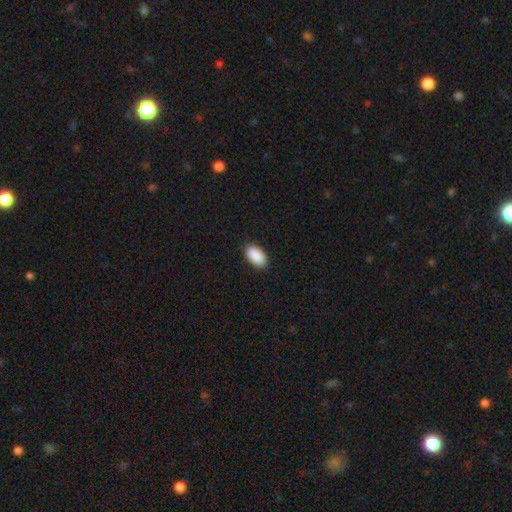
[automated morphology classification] A smooth galaxy with no disk features (91%) that is in between round and cigar-shaped (95%). Merging: none (89%).